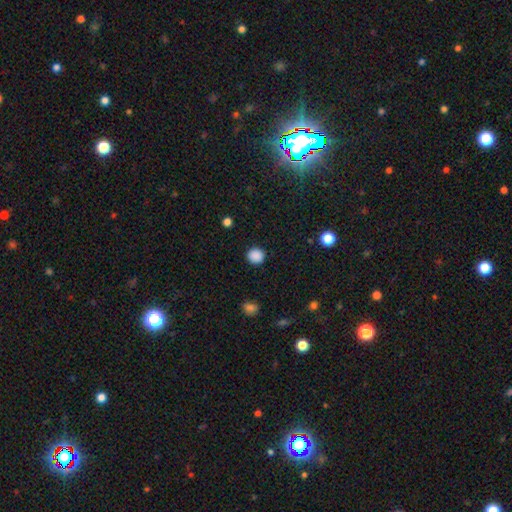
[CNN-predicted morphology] Overall: smooth (88%). How rounded: round (90%). Merging: none (91%).